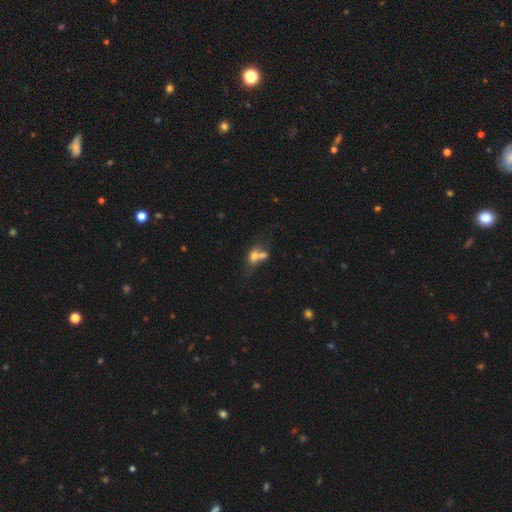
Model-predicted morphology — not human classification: A smooth galaxy with no disk features (63%) that is in between round and cigar-shaped (63%).

Vote fractions:
- Smooth or featured? smooth: 63% / featured or disk: 24% / star or artifact: 13%
- How rounded? in between: 63% / round: 32% / cigar-shaped: 5%
- Merging? merger: 62% / none: 21% / minor disturbance: 9% / major disturbance: 8%